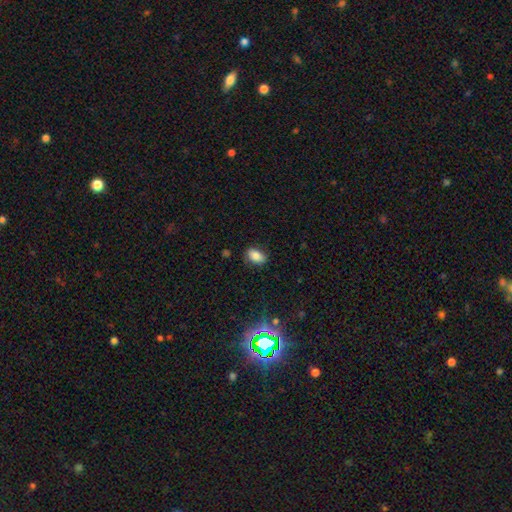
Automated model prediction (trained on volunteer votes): Smooth or featured: smooth — 82% (star or artifact — 11%)
How rounded: in between — 89% (round — 9%)
Merging: none — 82% (minor disturbance — 14%)